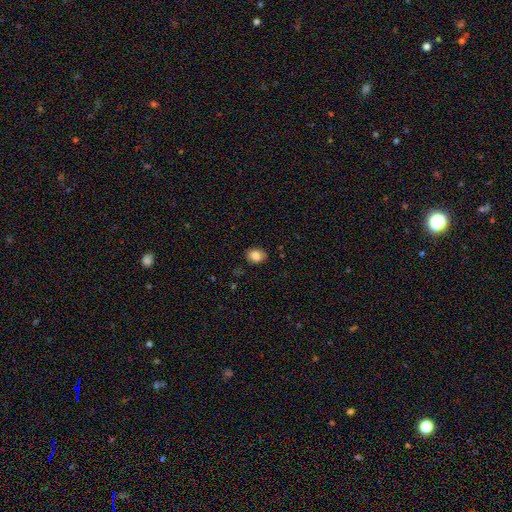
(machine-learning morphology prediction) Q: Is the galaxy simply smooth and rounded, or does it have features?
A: smooth — 84%.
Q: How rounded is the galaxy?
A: in between — 58%.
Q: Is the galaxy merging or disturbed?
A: none — 83%.